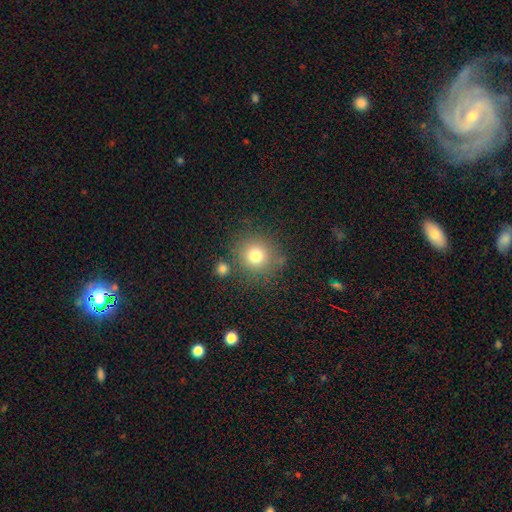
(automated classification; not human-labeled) This is likely a smooth galaxy (77%). How rounded: clearly round (89%). Merging: likely none (79%).